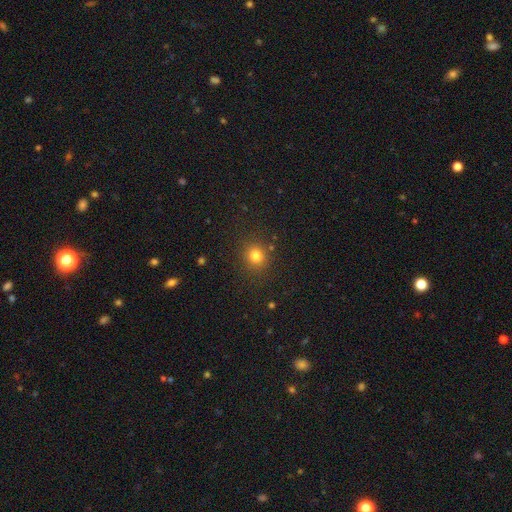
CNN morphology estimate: Smooth or featured? smooth (80%)
How rounded? round (85%)
Merging? none (86%)